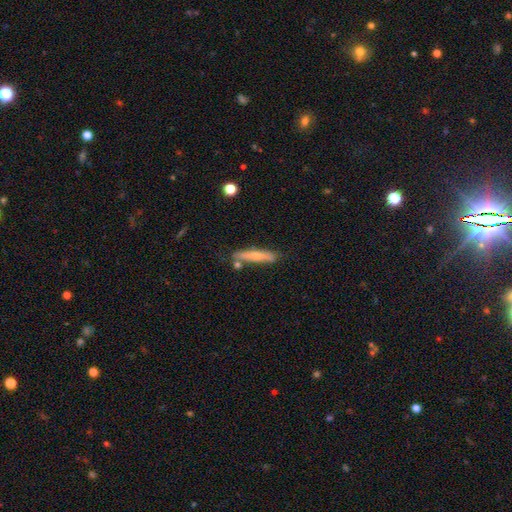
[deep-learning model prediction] A smooth galaxy with no disk features (56%) that is cigar-shaped (88%).

Vote fractions:
- Smooth or featured? smooth: 56% / featured or disk: 38% / star or artifact: 7%
- How rounded? cigar-shaped: 88% / in between: 11% / round: 2%
- Merging? none: 73% / minor disturbance: 15% / merger: 8% / major disturbance: 3%